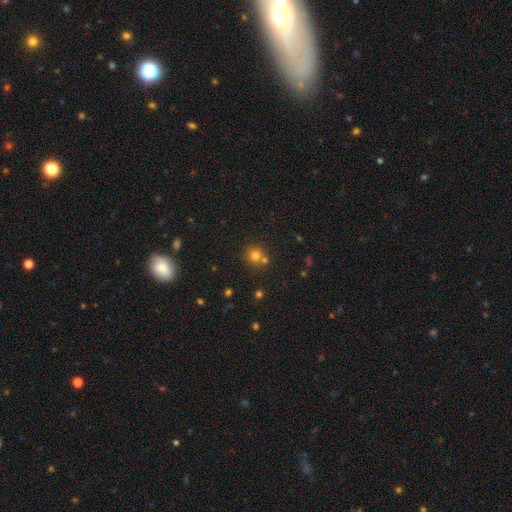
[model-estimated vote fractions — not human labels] This appears to be a smooth galaxy with no disk features (74%) that is round (88%). Merging: none (63%).